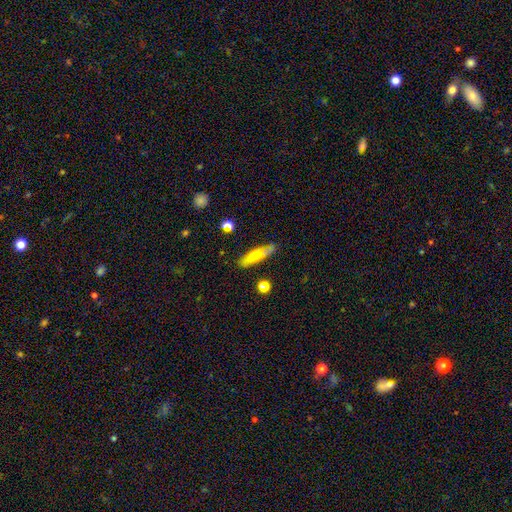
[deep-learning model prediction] This appears to be a smooth galaxy with no disk features (66%) that is cigar-shaped (70%). Merging: none (73%).